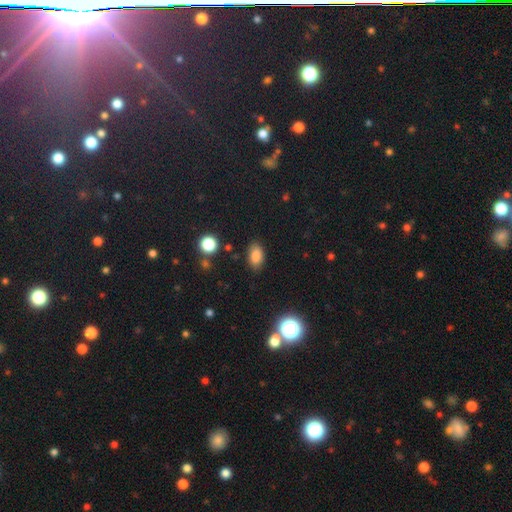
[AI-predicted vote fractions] Smooth or featured: smooth — 82% (star or artifact — 11%)
How rounded: in between — 90% (round — 7%)
Merging: none — 84% (minor disturbance — 11%)